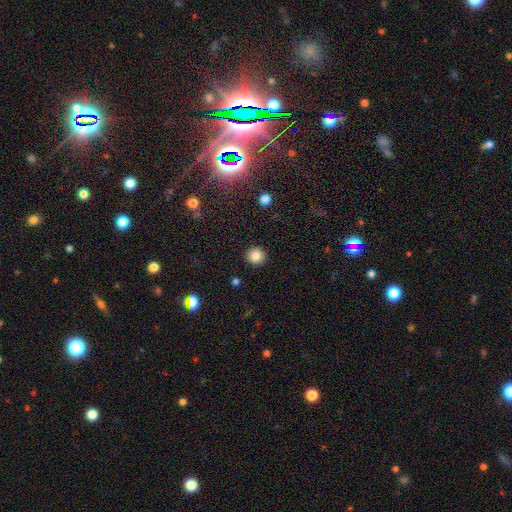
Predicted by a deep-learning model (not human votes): smooth 85%, star or artifact 10%, featured or disk 5%. Down the decision tree: how rounded — round (91%); merging — none (91%).